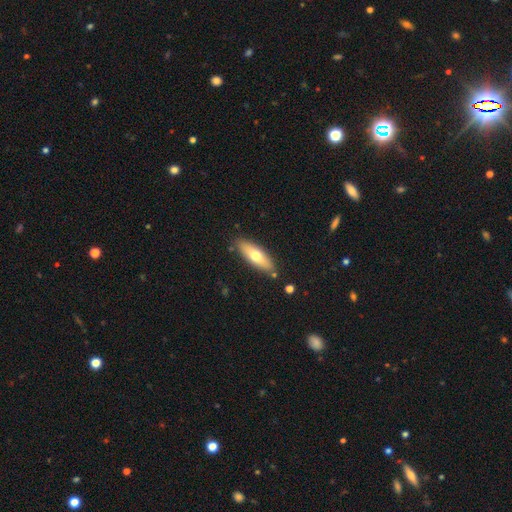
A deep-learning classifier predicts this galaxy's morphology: smooth 63%, featured or disk 31%, star or artifact 6%. Down the decision tree: how rounded — in between (52%); merging — none (85%).